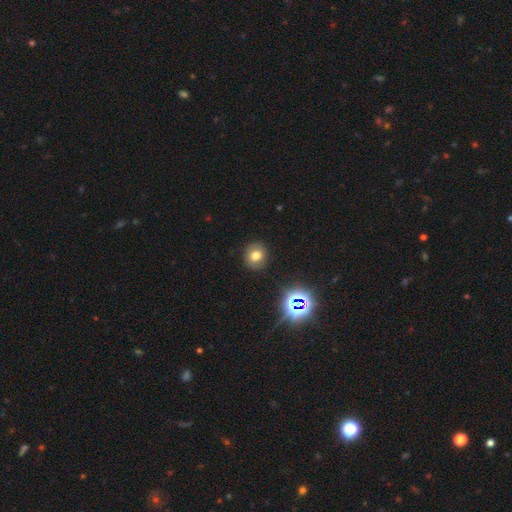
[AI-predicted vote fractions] The model was most divided on "how rounded": round: 76%, in between: 23%, cigar-shaped: 1%. More confident: merging — none (88%); smooth or featured — smooth (71%).